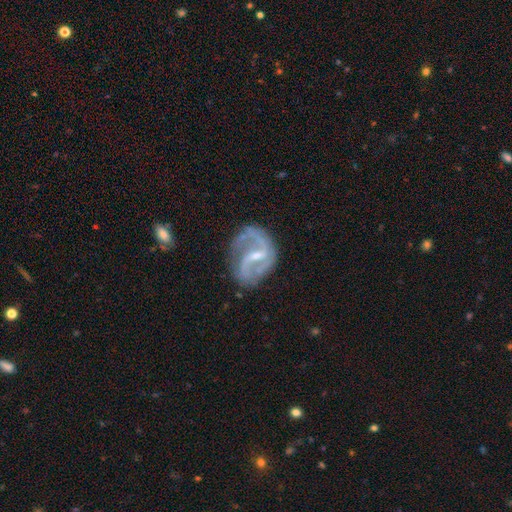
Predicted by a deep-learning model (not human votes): Overall: featured or disk (89%). Edge-on disk: no (98%). Bar: weak (53%; strong 31%). Spiral arms: yes (95%). Spiral arm count: 2 (83%). Spiral winding: medium (48%; loose 39%). Bulge size: small (60%; moderate 31%). Merging: none (59%; minor disturbance 23%).